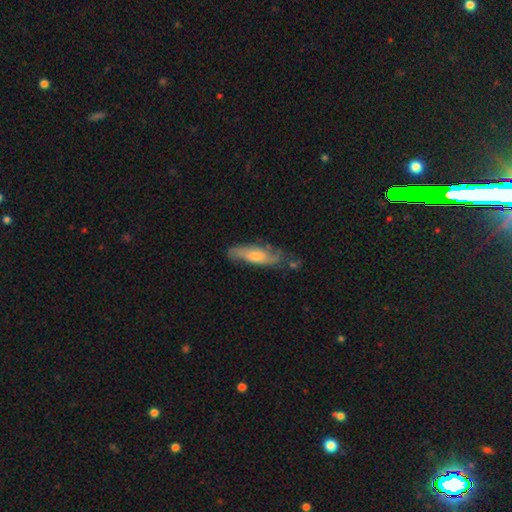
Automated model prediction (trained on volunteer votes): featured or disk 48%, smooth 46%, star or artifact 6%. Down the decision tree: merging — none (66%).